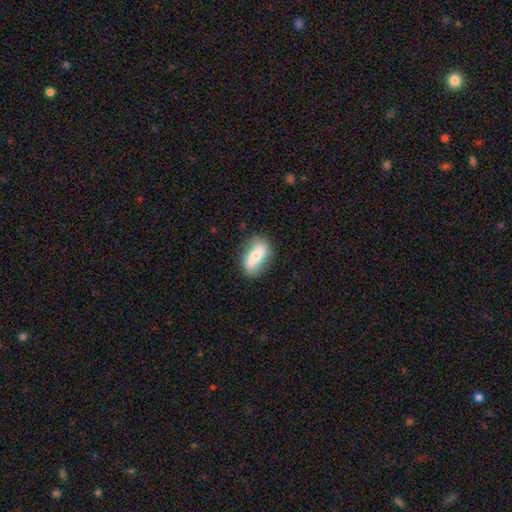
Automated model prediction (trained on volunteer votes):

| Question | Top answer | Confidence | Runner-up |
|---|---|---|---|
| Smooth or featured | smooth | 59% | featured or disk (35%) |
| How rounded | in between | 79% | cigar-shaped (16%) |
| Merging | none | 77% | minor disturbance (17%) |